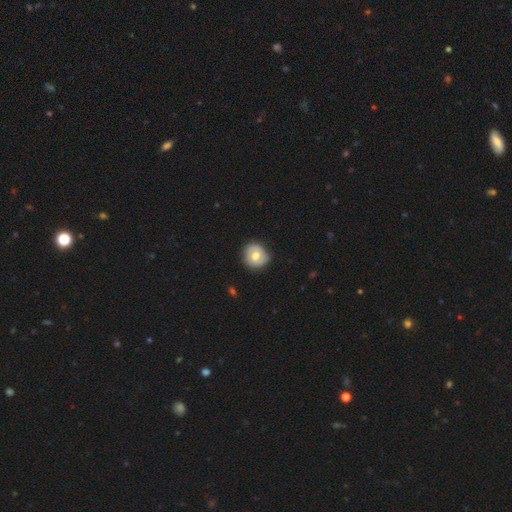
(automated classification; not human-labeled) This is possibly a smooth galaxy (56%). How rounded: clearly round (86%). Merging: clearly none (81%).